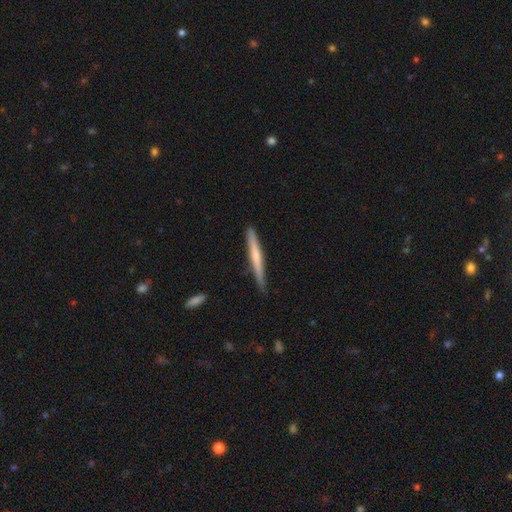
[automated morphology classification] Smooth or featured?
  - smooth: 51% *
  - featured or disk: 44%
  - star or artifact: 5%
How rounded?
  - cigar-shaped: 97% *
  - in between: 2%
  - round: 1%
Merging?
  - none: 85% *
  - minor disturbance: 12%
  - major disturbance: 2%
  - merger: 1%